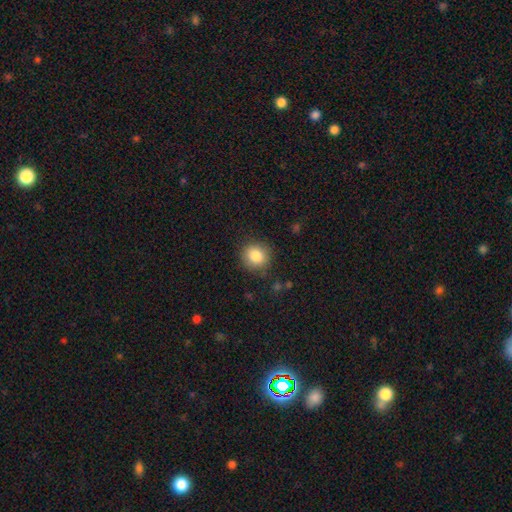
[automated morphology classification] Smooth or featured? Predicted: smooth (p=0.84). How rounded? Predicted: round (p=0.84). Merging? Predicted: none (p=0.86).